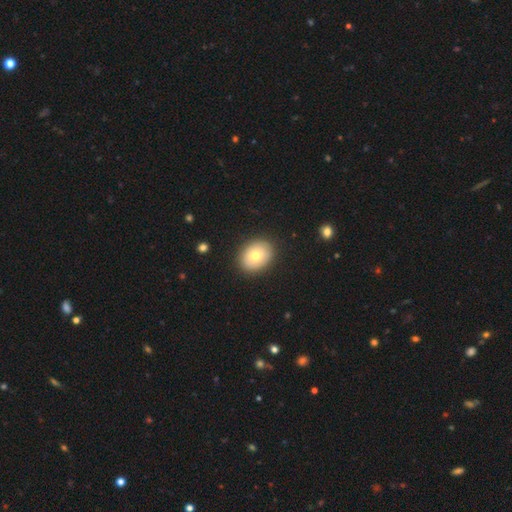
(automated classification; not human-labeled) smooth 74%, featured or disk 18%, star or artifact 8%. Down the decision tree: how rounded — in between (60%); merging — none (89%).